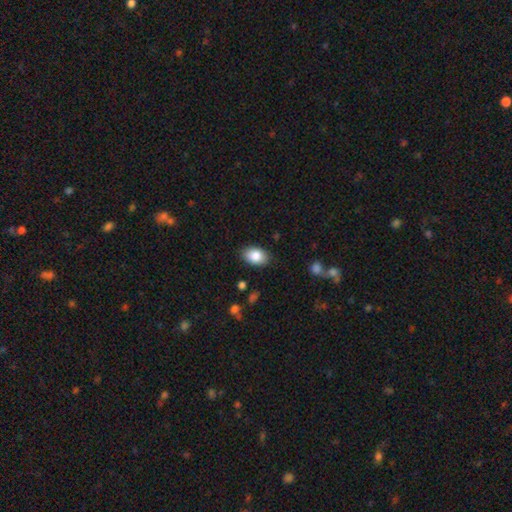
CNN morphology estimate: Overall: smooth (86%). How rounded: in between (88%). Merging: none (86%).